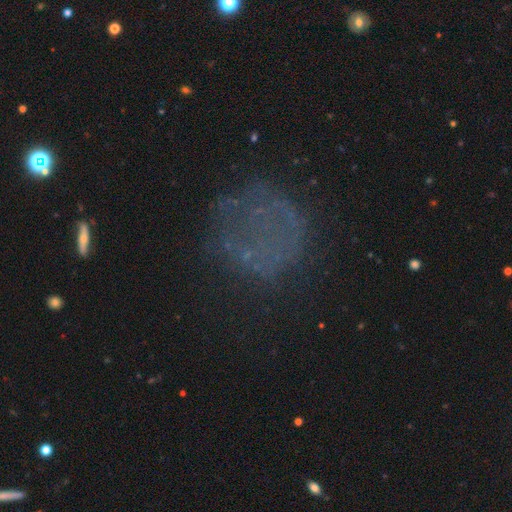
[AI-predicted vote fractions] This appears to be a smooth galaxy with no disk features (37%). Merging: none (62%).